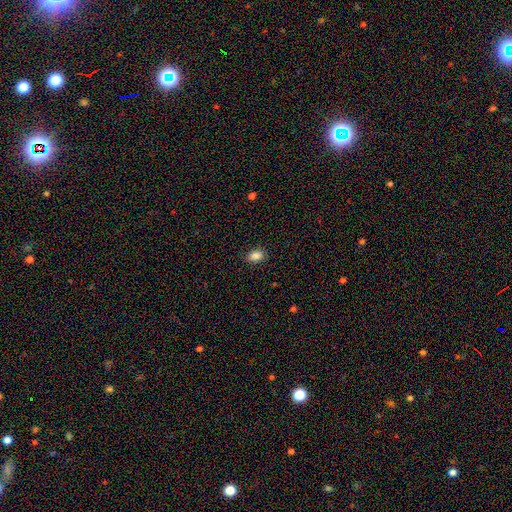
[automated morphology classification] Smooth or featured? Predicted: smooth (p=0.87). How rounded? Predicted: in between (p=0.81). Merging? Predicted: none (p=0.88).